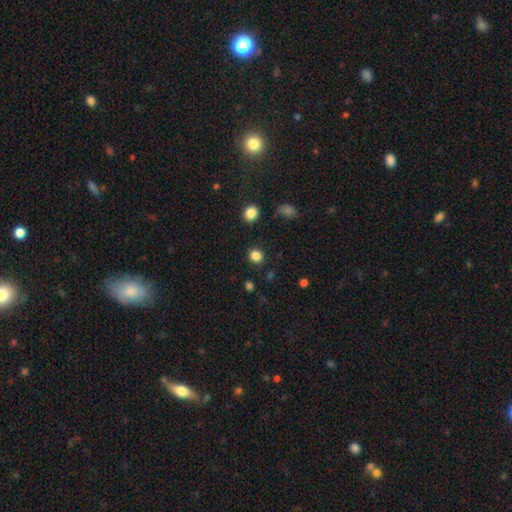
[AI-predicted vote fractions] A smooth galaxy with no disk features (85%) that is round (79%). Merging: none (88%).